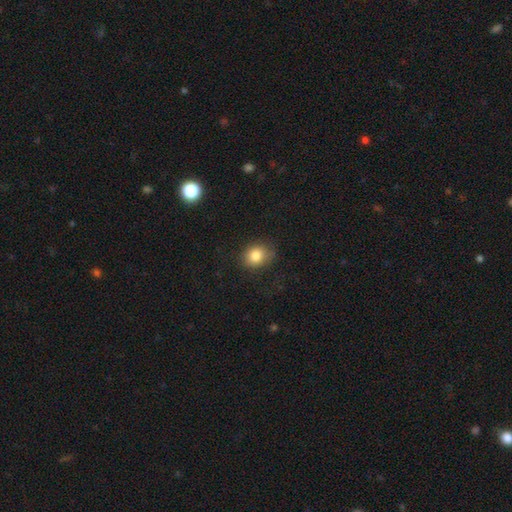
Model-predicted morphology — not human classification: Smooth or featured? smooth (82%)
How rounded? round (61%)
Merging? none (76%)